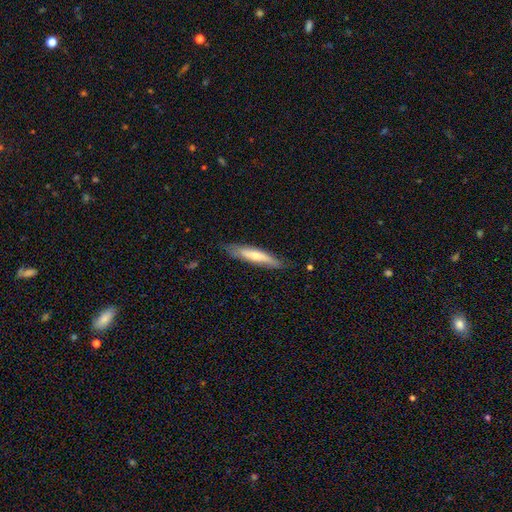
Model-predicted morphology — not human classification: Q: Smooth or featured?
A: smooth (53%); runner-up: featured or disk (41%)
Q: How rounded?
A: cigar-shaped (85%); runner-up: in between (14%)
Q: Merging?
A: none (75%); runner-up: minor disturbance (19%)